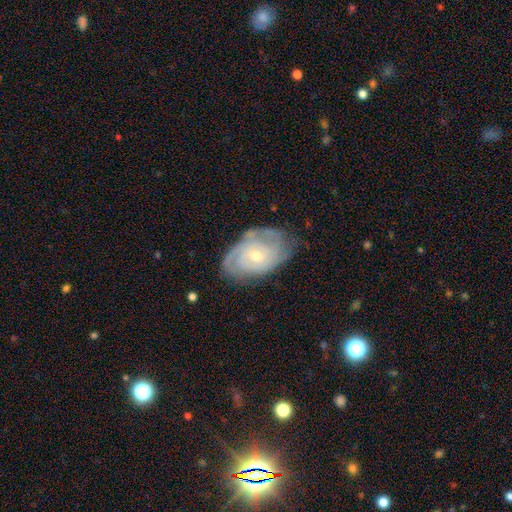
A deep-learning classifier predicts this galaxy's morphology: The model was most divided on "bulge size": small: 55%, moderate: 42%, large: 1%, none: 1%, dominant: 1%. Remaining: edge-on disk — no (96%); spiral arms — yes (92%); smooth or featured — featured or disk (79%); bar — no (73%); spiral winding — tight (69%); merging — none (68%); spiral arm count — can't tell (40%).